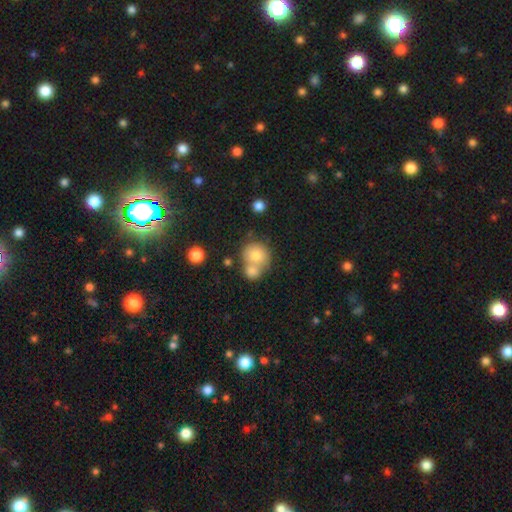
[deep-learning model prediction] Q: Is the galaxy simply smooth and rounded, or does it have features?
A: smooth — 77%.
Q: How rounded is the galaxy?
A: round — 81%.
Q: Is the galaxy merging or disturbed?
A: merger — 53%.